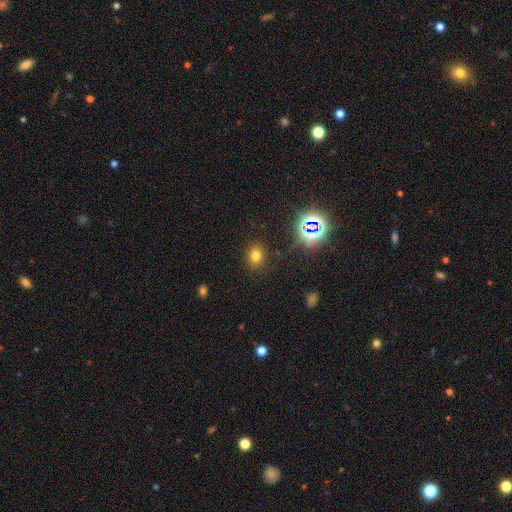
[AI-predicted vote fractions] This appears to be a smooth galaxy with no disk features (70%) that is round (54%). Merging: none (86%).